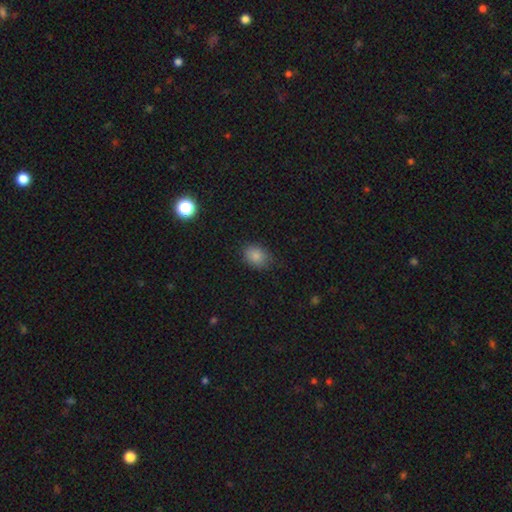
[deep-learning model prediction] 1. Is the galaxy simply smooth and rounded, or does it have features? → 84% smooth, 10% star or artifact, 5% featured or disk.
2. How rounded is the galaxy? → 62% in between, 37% round, 1% cigar-shaped.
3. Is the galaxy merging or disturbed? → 80% none, 16% minor disturbance, 3% major disturbance, 1% merger.